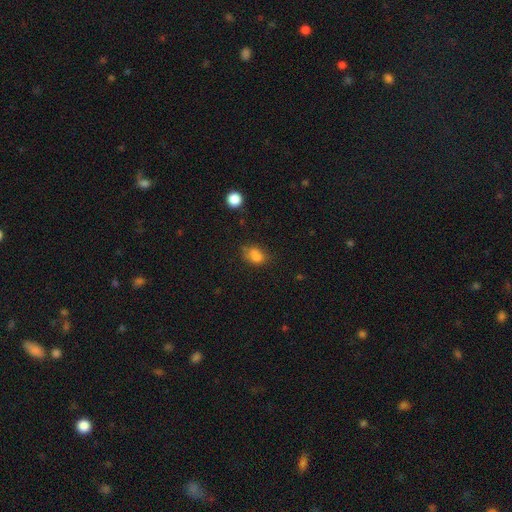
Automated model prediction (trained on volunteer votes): Smooth or featured: smooth — 77% (star or artifact — 13%)
How rounded: in between — 63% (round — 35%)
Merging: none — 48% (minor disturbance — 26%)